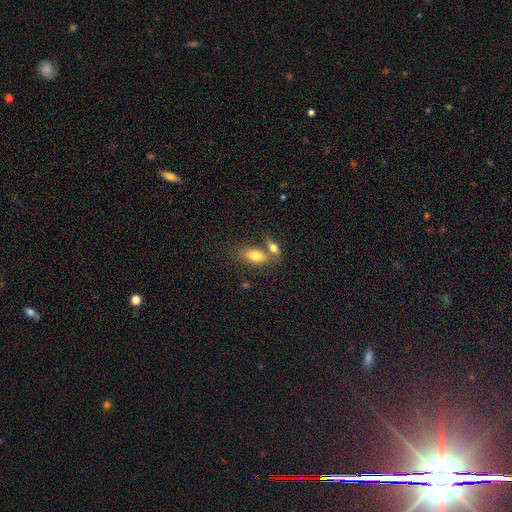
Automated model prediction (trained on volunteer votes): smooth 78%, featured or disk 15%, star or artifact 7%. Down the decision tree: how rounded — in between (86%); merging — none (44%).